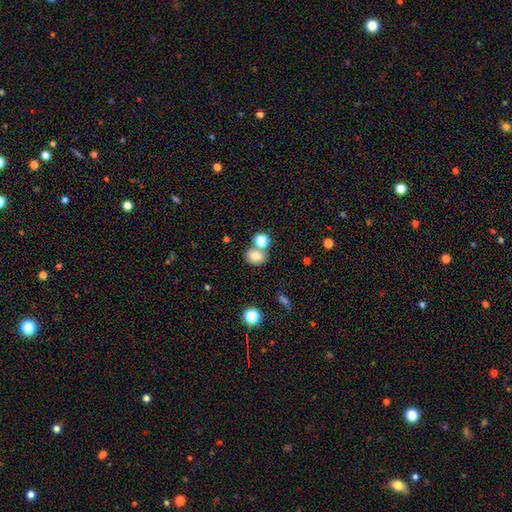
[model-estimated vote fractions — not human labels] Smooth or featured?
  - smooth: 78% *
  - star or artifact: 13%
  - featured or disk: 9%
How rounded?
  - in between: 50% *
  - round: 49%
  - cigar-shaped: 1%
Merging?
  - none: 59% *
  - merger: 27%
  - minor disturbance: 11%
  - major disturbance: 4%